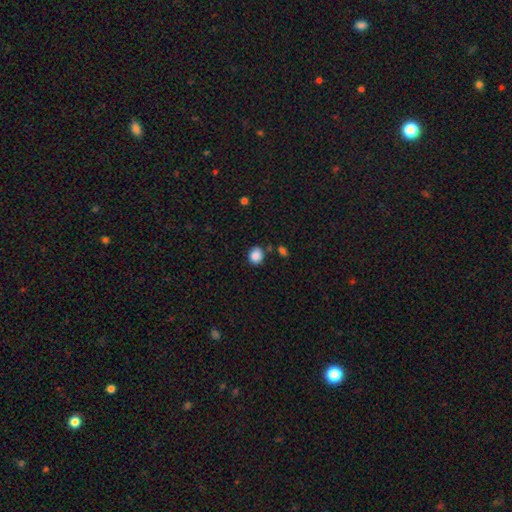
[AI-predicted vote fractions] This appears to be a smooth galaxy with no disk features (87%) that is round (67%). Merging: none (80%).